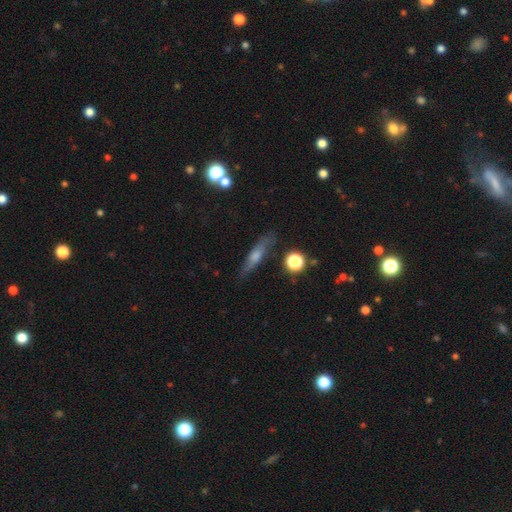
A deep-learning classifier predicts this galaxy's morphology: featured or disk 50%, smooth 40%, star or artifact 10%. Down the decision tree: merging — none (82%).